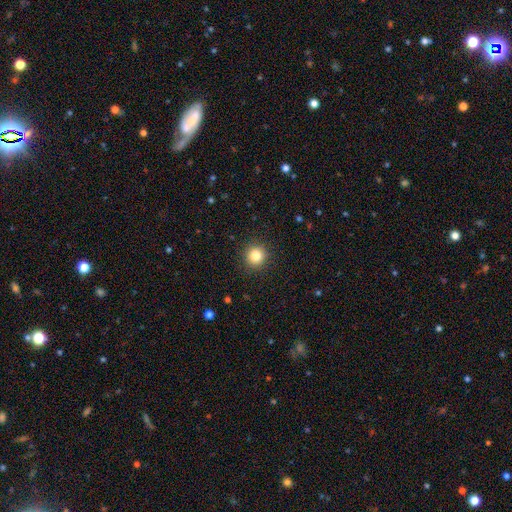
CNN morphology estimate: A smooth galaxy with no disk features (83%) that is round (93%). Merging: none (91%).